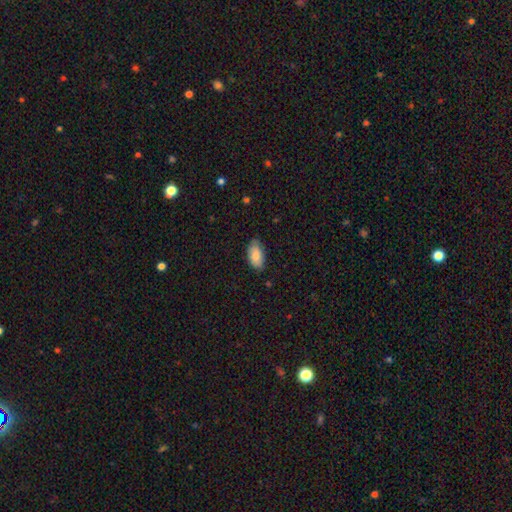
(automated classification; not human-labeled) The model was most divided on "merging": none: 74%, minor disturbance: 22%, major disturbance: 3%, merger: 1%. More confident: how rounded — in between (94%); smooth or featured — smooth (83%).